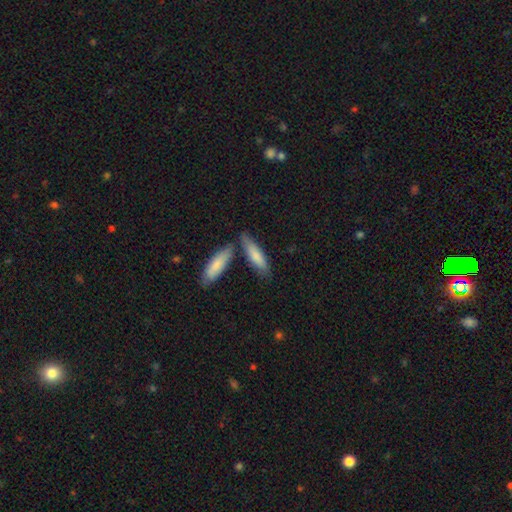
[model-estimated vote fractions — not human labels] This is likely a smooth galaxy (78%). How rounded: likely cigar-shaped (65%). Merging: likely none (62%).